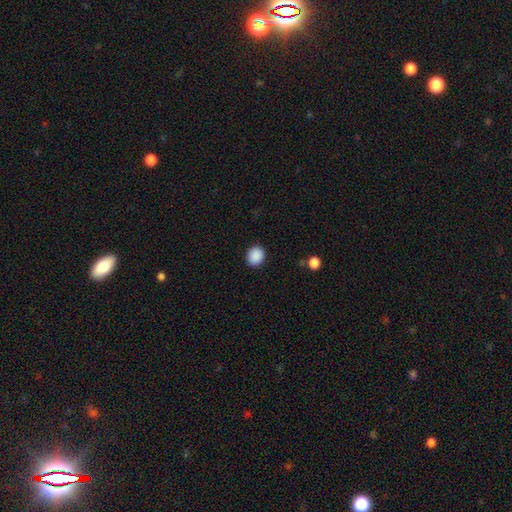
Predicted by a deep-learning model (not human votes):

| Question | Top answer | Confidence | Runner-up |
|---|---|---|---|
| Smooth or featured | smooth | 90% | star or artifact (8%) |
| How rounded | round | 72% | in between (28%) |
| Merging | none | 90% | minor disturbance (6%) |